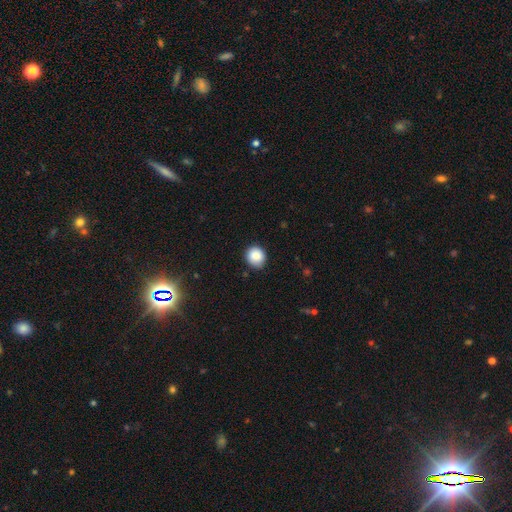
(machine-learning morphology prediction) This appears to be a smooth galaxy with no disk features (87%) that is round (83%). Merging: none (81%).